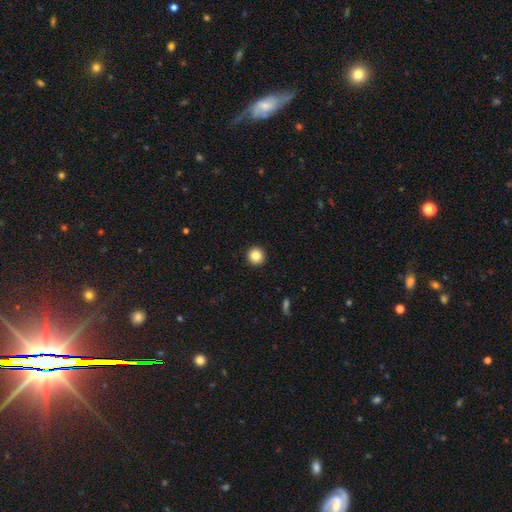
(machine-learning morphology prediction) Smooth or featured?
  - smooth: 84% *
  - star or artifact: 10%
  - featured or disk: 6%
How rounded?
  - round: 95% *
  - in between: 4%
  - cigar-shaped: 1%
Merging?
  - none: 94% *
  - minor disturbance: 4%
  - major disturbance: 1%
  - merger: 1%